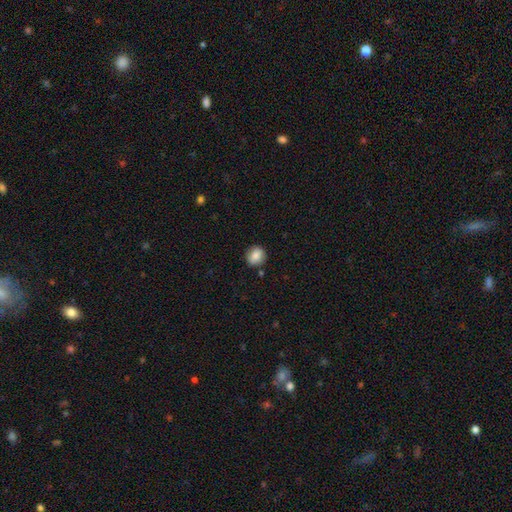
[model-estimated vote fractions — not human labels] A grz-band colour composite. It shows a smooth galaxy with no disk features (83%) that is round (88%). Merging: none (84%).